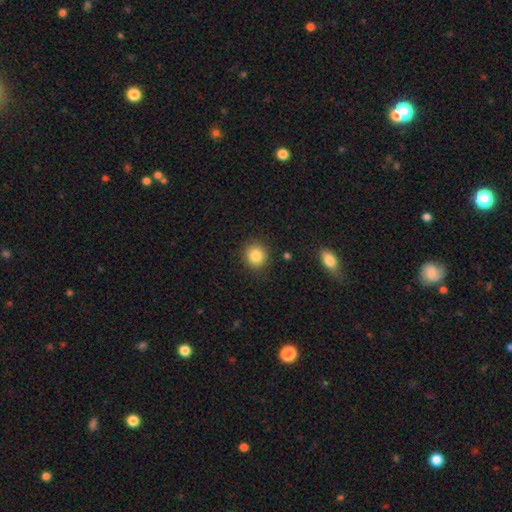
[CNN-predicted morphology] Smooth or featured: smooth — 84% (star or artifact — 10%)
How rounded: round — 88% (in between — 11%)
Merging: none — 89% (minor disturbance — 7%)